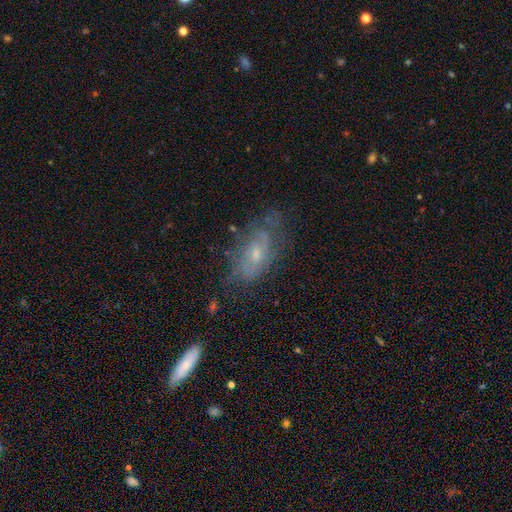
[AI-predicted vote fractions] Smooth or featured? featured or disk (52%)
Edge-on disk? no (83%)
Merging? none (66%)